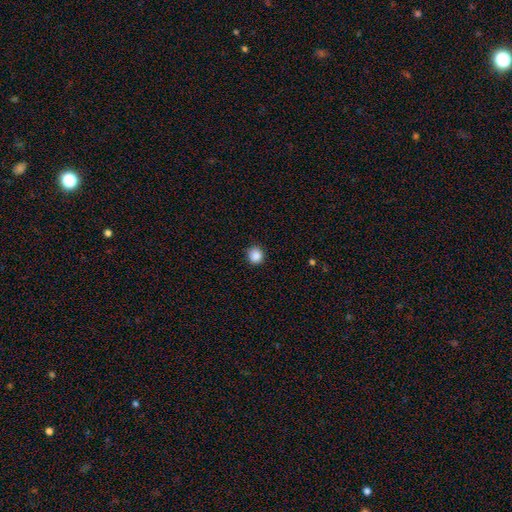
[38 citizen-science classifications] Q: Smooth or featured?
A: smooth (92%); runner-up: featured or disk (5%)
Q: How rounded?
A: round (86%); runner-up: in between (14%)
Q: Merging?
A: none (89%); runner-up: minor disturbance (8%)